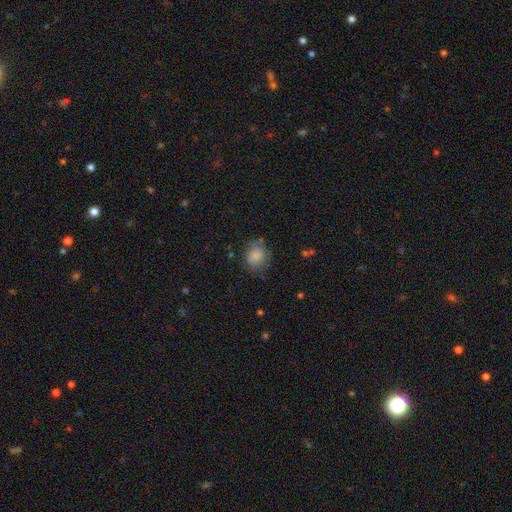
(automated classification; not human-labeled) smooth 82%, star or artifact 9%, featured or disk 9%. Down the decision tree: how rounded — round (72%); merging — none (66%).